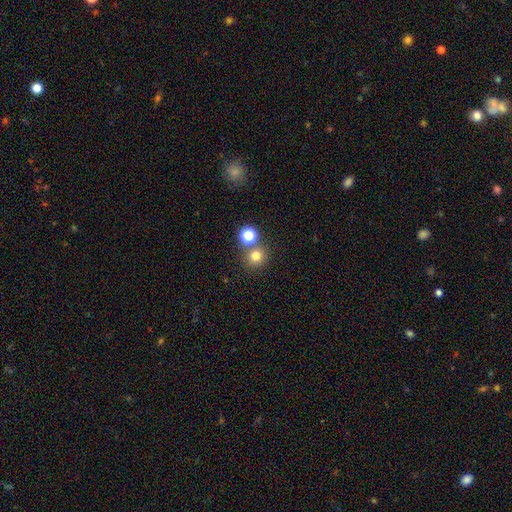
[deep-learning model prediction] smooth-or-featured: smooth: 75% | star or artifact: 18% | featured or disk: 7%
  how-rounded: round: 91% | in between: 8% | cigar-shaped: 1%
  merging: none: 72% | merger: 19% | minor disturbance: 7% | major disturbance: 3%